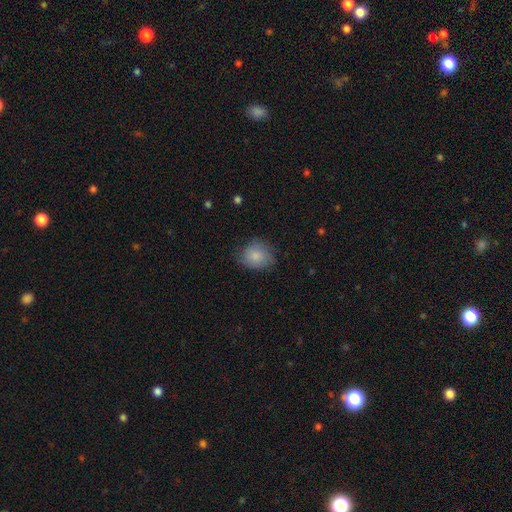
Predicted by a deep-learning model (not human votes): A smooth galaxy with no disk features (81%) that is round (63%). Merging: none (68%).